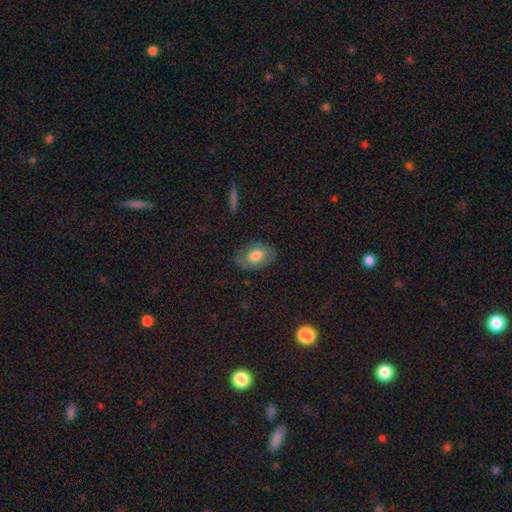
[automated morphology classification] Smooth or featured?
  - smooth: 66% *
  - featured or disk: 27%
  - star or artifact: 7%
How rounded?
  - in between: 83% *
  - round: 16%
  - cigar-shaped: 1%
Merging?
  - none: 80% *
  - minor disturbance: 15%
  - major disturbance: 4%
  - merger: 1%